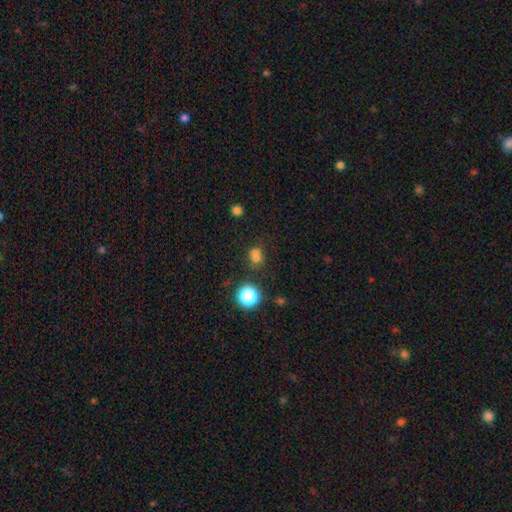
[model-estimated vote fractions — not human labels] This appears to be a smooth galaxy with no disk features (67%) that is round (61%). Merging: none (51%).